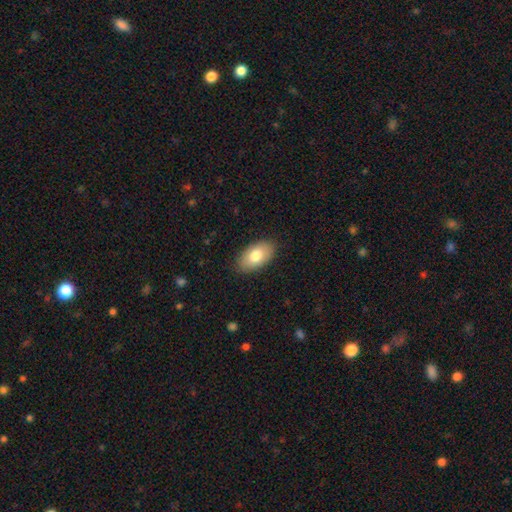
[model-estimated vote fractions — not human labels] A smooth galaxy with no disk features (78%) that is in between round and cigar-shaped (94%).

Vote fractions:
- Smooth or featured? smooth: 78% / featured or disk: 16% / star or artifact: 6%
- How rounded? in between: 94% / round: 4% / cigar-shaped: 2%
- Merging? none: 87% / minor disturbance: 10% / major disturbance: 2% / merger: 1%